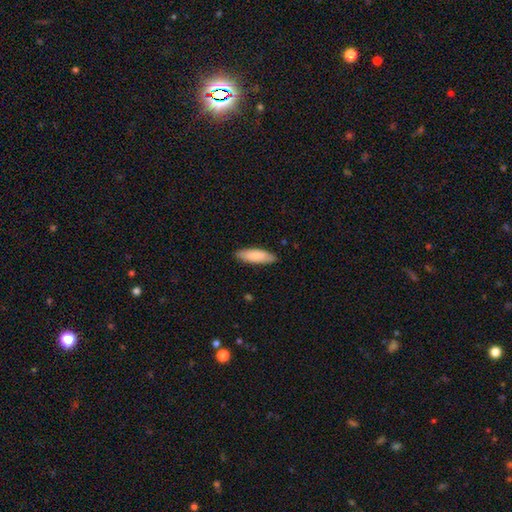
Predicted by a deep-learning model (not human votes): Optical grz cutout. It shows a smooth galaxy with no disk features (85%) that is in between round and cigar-shaped (50%). Merging: none (87%).